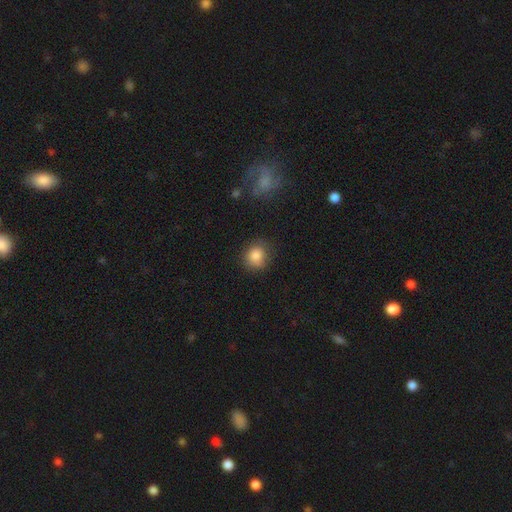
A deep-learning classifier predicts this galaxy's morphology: smooth-or-featured: smooth: 85% | star or artifact: 10% | featured or disk: 6%
  how-rounded: round: 80% | in between: 19% | cigar-shaped: 1%
  merging: none: 75% | minor disturbance: 19% | major disturbance: 5% | merger: 2%